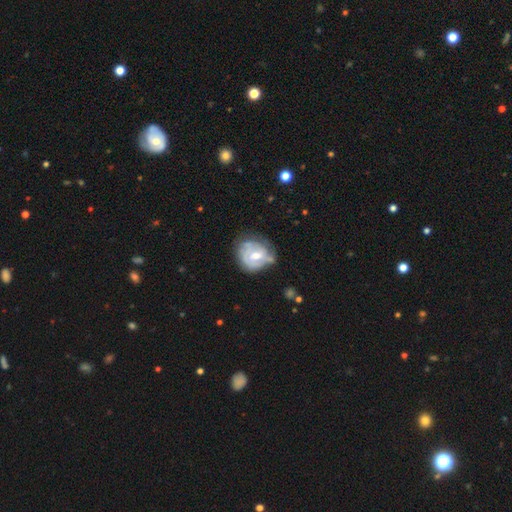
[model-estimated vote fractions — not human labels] smooth_or_featured: featured or disk (p=0.68) [alt: smooth p=0.26]
disk_edge_on: no (p=0.97) [alt: yes p=0.03]
bar: no (p=0.58) [alt: weak p=0.34]
has_spiral_arms: yes (p=0.70) [alt: no p=0.30]
bulge_size: moderate (p=0.66) [alt: small p=0.29]
merging: none (p=0.54) [alt: minor disturbance p=0.29]